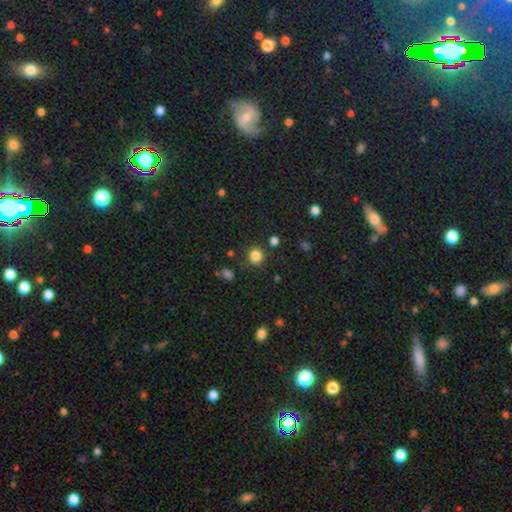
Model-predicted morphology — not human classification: smooth_or_featured: smooth (p=0.83) [alt: star or artifact p=0.13]
how_rounded: round (p=0.88) [alt: in between p=0.11]
merging: none (p=0.82) [alt: minor disturbance p=0.10]